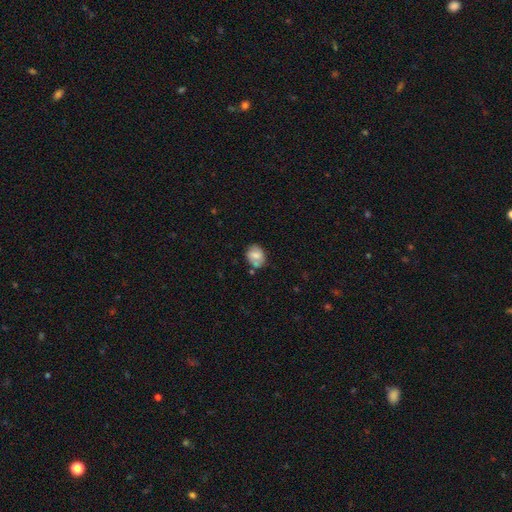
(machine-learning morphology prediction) This is likely a smooth galaxy (69%). How rounded: possibly in between (52%). Merging: likely none (63%).